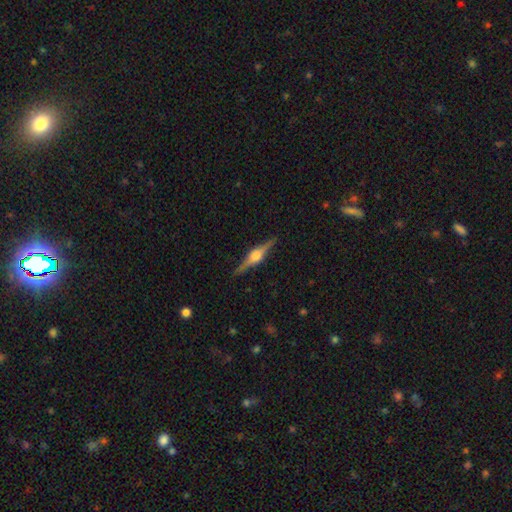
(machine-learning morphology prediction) The model was most divided on "smooth or featured": featured or disk: 84%, smooth: 10%, star or artifact: 6%. More confident: edge-on disk — yes (98%); merging — none (90%); edge-on bulge — rounded (89%).